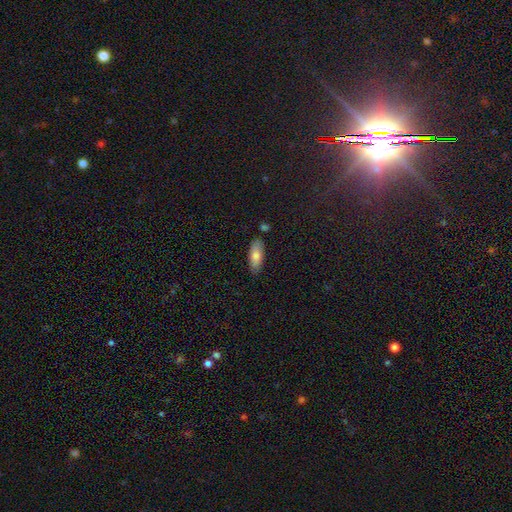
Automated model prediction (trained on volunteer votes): A smooth galaxy with no disk features (78%) that is in between round and cigar-shaped (77%). Merging: none (83%).